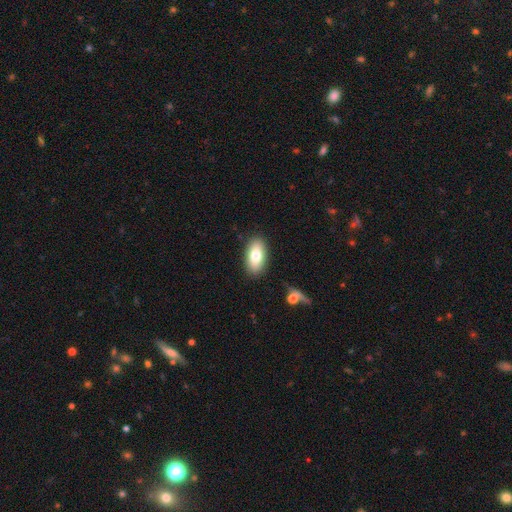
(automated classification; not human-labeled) This appears to be a smooth galaxy with no disk features (77%) that is in between round and cigar-shaped (90%). Merging: none (87%).